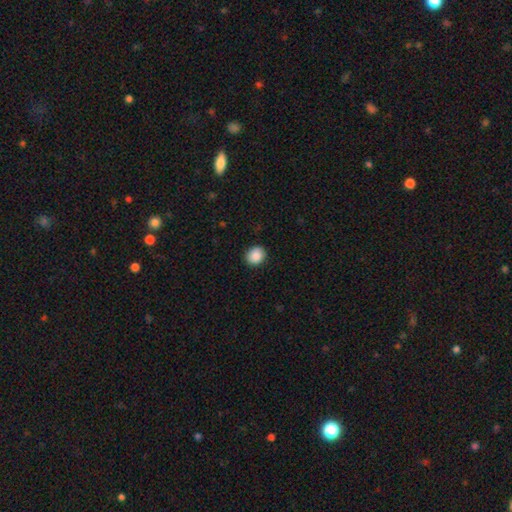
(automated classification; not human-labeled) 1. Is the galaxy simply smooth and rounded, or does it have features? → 88% smooth, 8% star or artifact, 4% featured or disk.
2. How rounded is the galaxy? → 71% round, 28% in between, 1% cigar-shaped.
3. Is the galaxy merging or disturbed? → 88% none, 9% minor disturbance, 2% major disturbance, 1% merger.